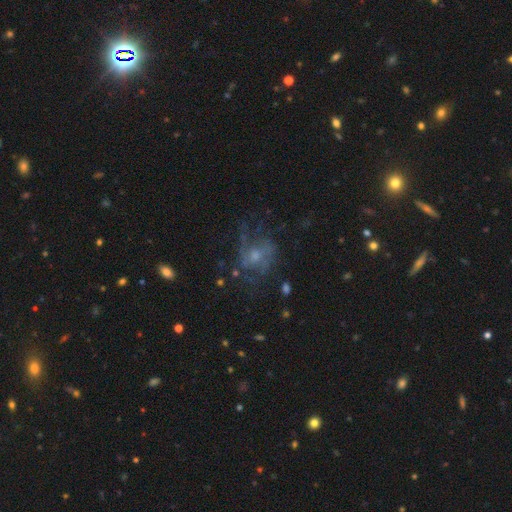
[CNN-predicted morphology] Q: Smooth or featured?
A: featured or disk (66%); runner-up: smooth (21%)
Q: Edge-on disk?
A: no (97%); runner-up: yes (3%)
Q: Bar?
A: no (69%); runner-up: weak (27%)
Q: Spiral arms?
A: yes (73%); runner-up: no (27%)
Q: Bulge size?
A: moderate (44%); runner-up: small (42%)
Q: Merging?
A: none (48%); runner-up: major disturbance (29%)